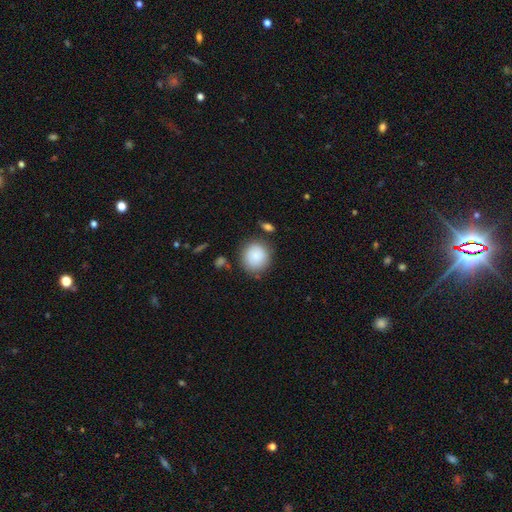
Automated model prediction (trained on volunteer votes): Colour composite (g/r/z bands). It shows a smooth galaxy with no disk features (88%) that is round (87%). Merging: none (80%).